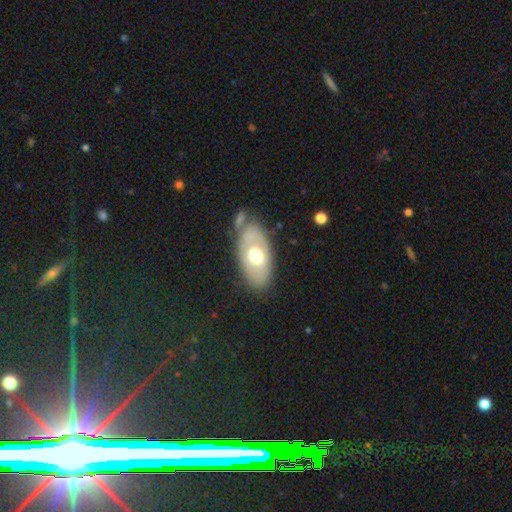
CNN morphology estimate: A smooth galaxy with no disk features (50%).

Vote fractions:
- Smooth or featured? smooth: 50% / featured or disk: 44% / star or artifact: 7%
- Merging? none: 71% / minor disturbance: 17% / major disturbance: 7% / merger: 6%